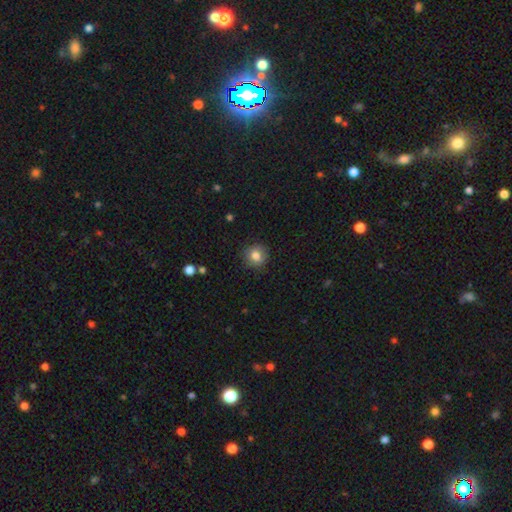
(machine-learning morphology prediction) smooth 83%, star or artifact 10%, featured or disk 8%. Down the decision tree: how rounded — round (85%); merging — none (87%).